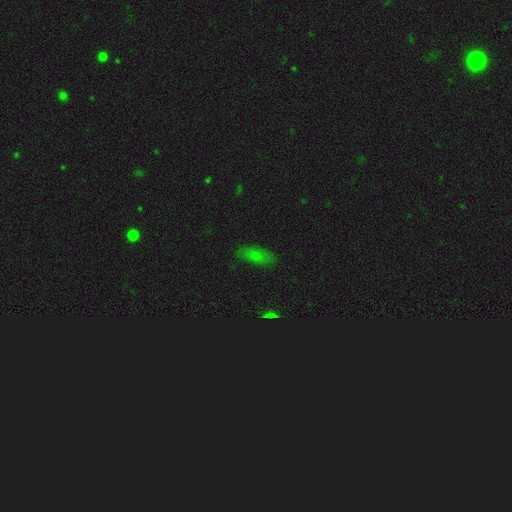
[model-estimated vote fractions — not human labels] smooth_or_featured: smooth (p=0.56) [alt: star or artifact p=0.24]
how_rounded: in between (p=0.74) [alt: cigar-shaped p=0.18]
merging: none (p=0.81) [alt: minor disturbance p=0.14]